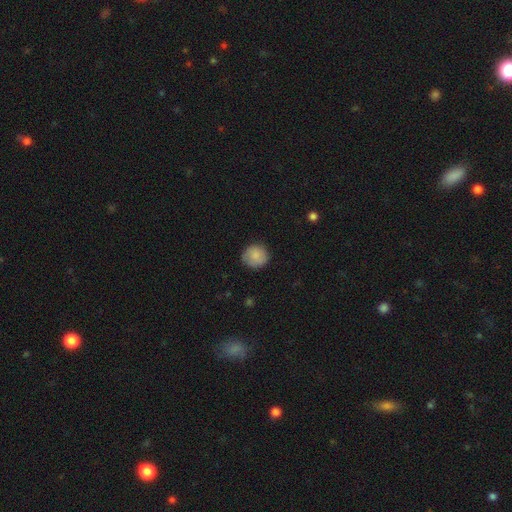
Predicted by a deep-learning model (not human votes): Overall: smooth (84%). How rounded: round (91%). Merging: none (84%).